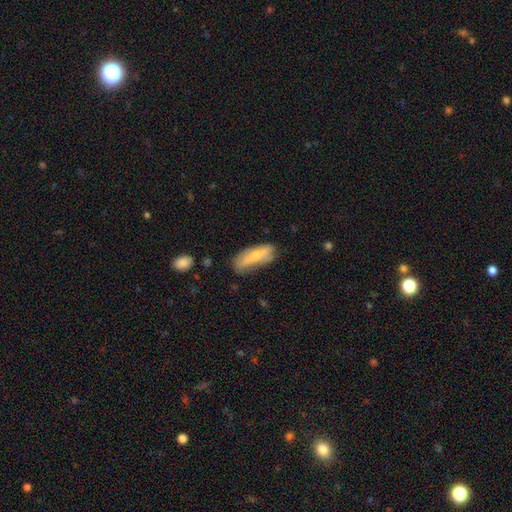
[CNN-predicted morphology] type=smooth (69%); roundness=in between (58%); merging=none (56%).